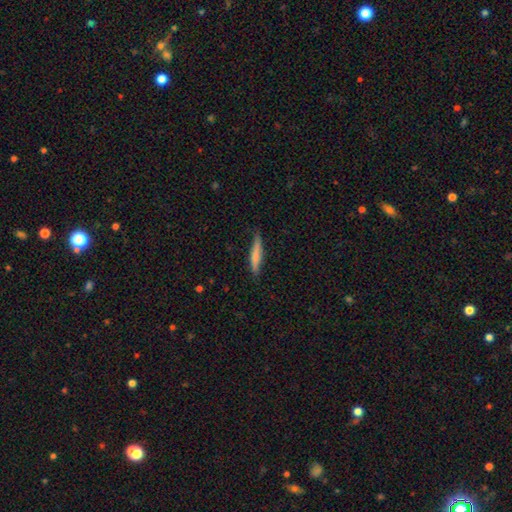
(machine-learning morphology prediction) smooth_or_featured: smooth (p=0.67) [alt: featured or disk p=0.27]
how_rounded: cigar-shaped (p=0.89) [alt: in between p=0.10]
merging: none (p=0.80) [alt: minor disturbance p=0.16]